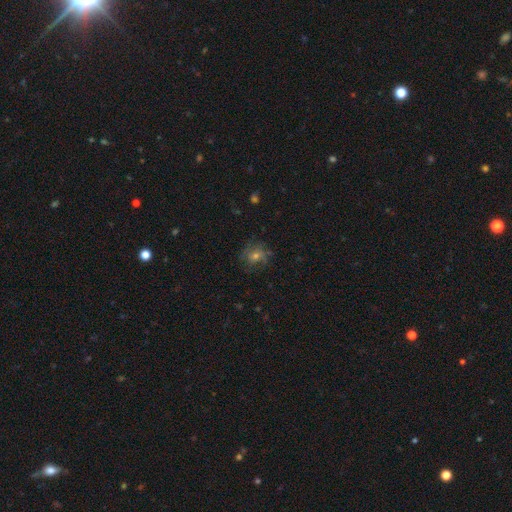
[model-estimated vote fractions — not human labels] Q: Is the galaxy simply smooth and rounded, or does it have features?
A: smooth — 44%.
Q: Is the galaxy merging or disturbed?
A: none — 73%.